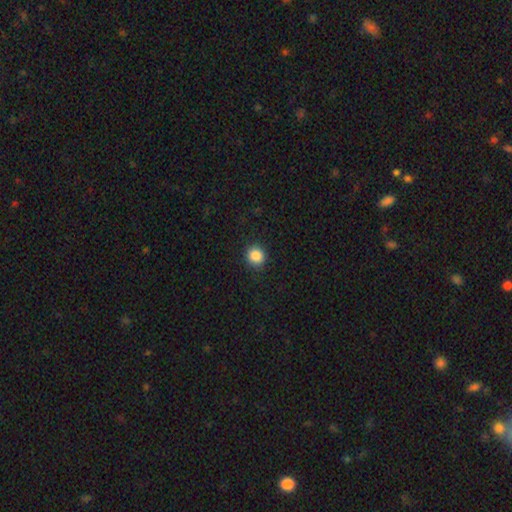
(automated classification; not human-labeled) This appears to be a smooth galaxy with no disk features (87%) that is round (87%). Merging: none (91%).